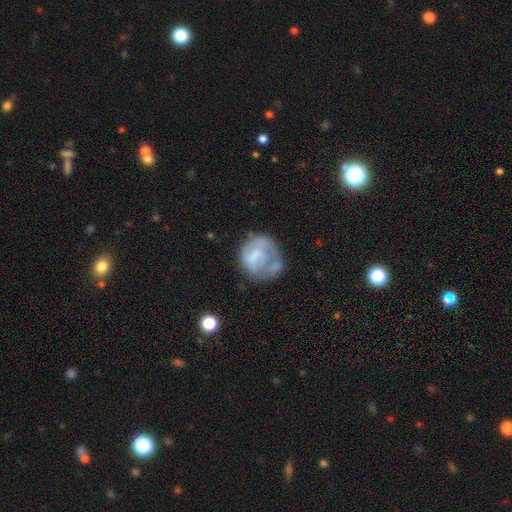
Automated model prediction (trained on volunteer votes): smooth-or-featured: smooth: 49% | featured or disk: 42% | star or artifact: 8%
  merging: none: 41% | minor disturbance: 26% | major disturbance: 26% | merger: 7%